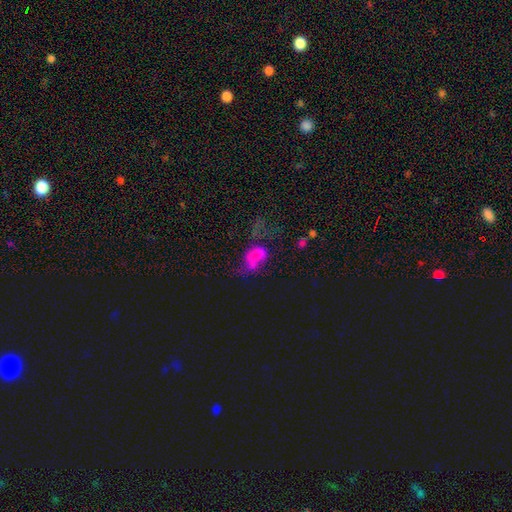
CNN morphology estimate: smooth-or-featured: smooth: 55% | featured or disk: 26% | star or artifact: 19%
  how-rounded: in between: 84% | round: 13% | cigar-shaped: 3%
  merging: major disturbance: 40% | merger: 25% | none: 20% | minor disturbance: 15%